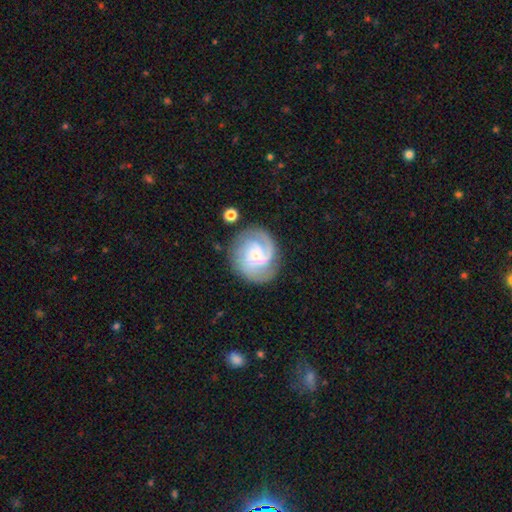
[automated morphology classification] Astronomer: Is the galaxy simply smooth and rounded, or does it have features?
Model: featured or disk — 83%.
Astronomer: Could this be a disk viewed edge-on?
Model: no — 98%.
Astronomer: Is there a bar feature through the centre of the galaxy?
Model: no — 53% (runner-up: weak, 40%).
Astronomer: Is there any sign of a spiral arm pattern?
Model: yes — 97%.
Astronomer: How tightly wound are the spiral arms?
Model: tight — 54% (runner-up: medium, 37%).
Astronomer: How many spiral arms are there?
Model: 2 — 32%, tied with 3 at 32%.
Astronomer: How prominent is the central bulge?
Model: small — 74%.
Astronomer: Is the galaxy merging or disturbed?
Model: none — 77%.